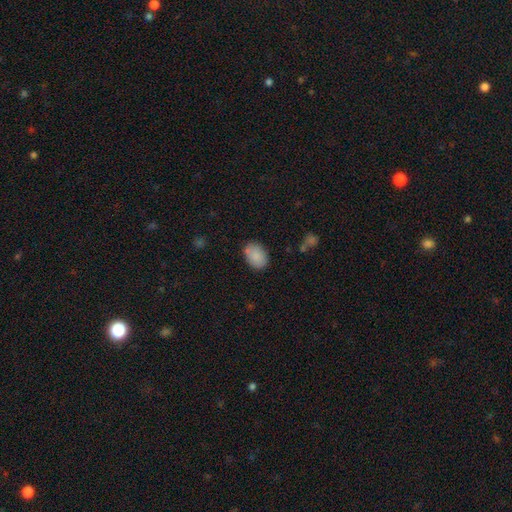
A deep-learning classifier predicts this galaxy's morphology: A smooth galaxy with no disk features (87%) that is in between round and cigar-shaped (83%).

Vote fractions:
- Smooth or featured? smooth: 87% / star or artifact: 7% / featured or disk: 6%
- How rounded? in between: 83% / round: 16% / cigar-shaped: 1%
- Merging? none: 78% / minor disturbance: 15% / major disturbance: 3% / merger: 3%